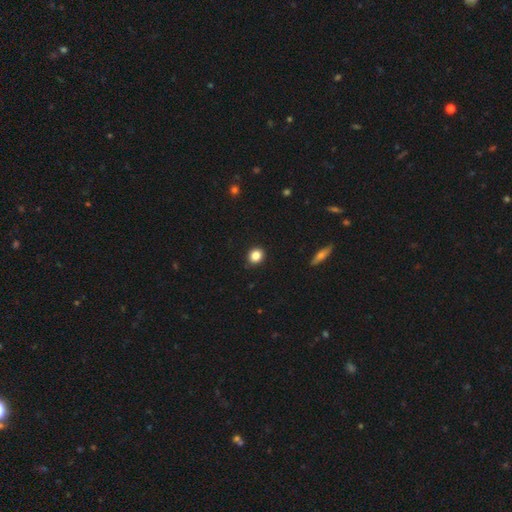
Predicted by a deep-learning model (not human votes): Smooth or featured? smooth (85%)
How rounded? round (78%)
Merging? none (91%)